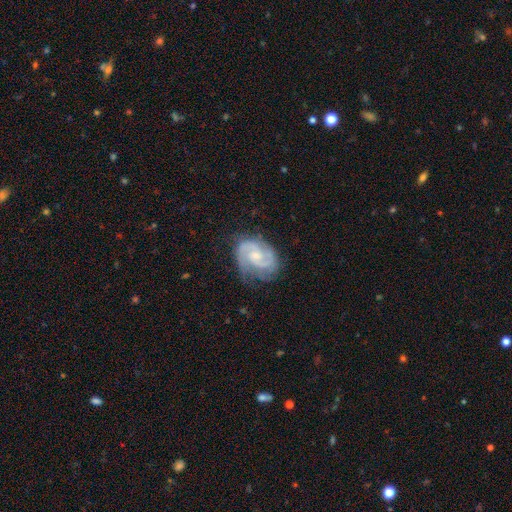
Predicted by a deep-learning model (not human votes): Smooth or featured: featured or disk — 85% (smooth — 9%)
Edge-on disk: no — 98% (yes — 2%)
Bar: no — 60% (weak — 35%)
Spiral arms: yes — 97% (no — 3%)
Spiral winding: medium — 47% (tight — 42%)
Spiral arm count: 2 — 70% (3 — 13%)
Bulge size: small — 61% (moderate — 34%)
Merging: none — 68% (minor disturbance — 23%)